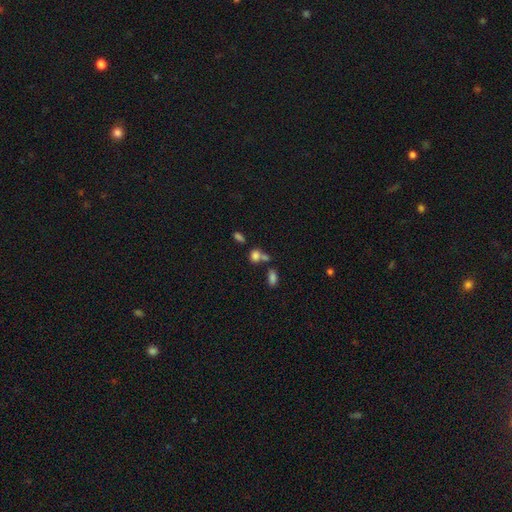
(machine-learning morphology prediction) Smooth or featured? smooth (77%)
How rounded? in between (59%)
Merging? none (42%)